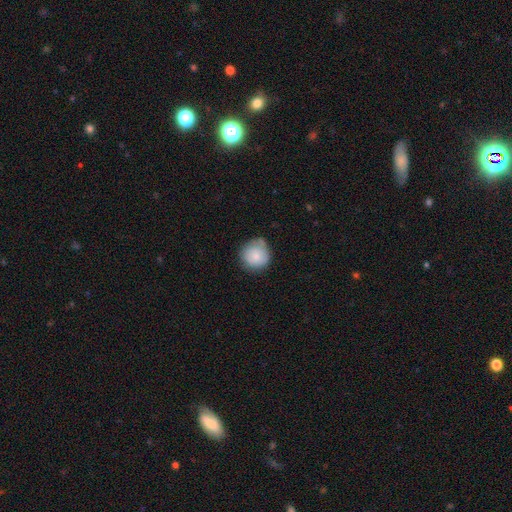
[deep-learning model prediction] Overall: smooth (81%). How rounded: round (92%). Merging: none (62%; minor disturbance 28%).